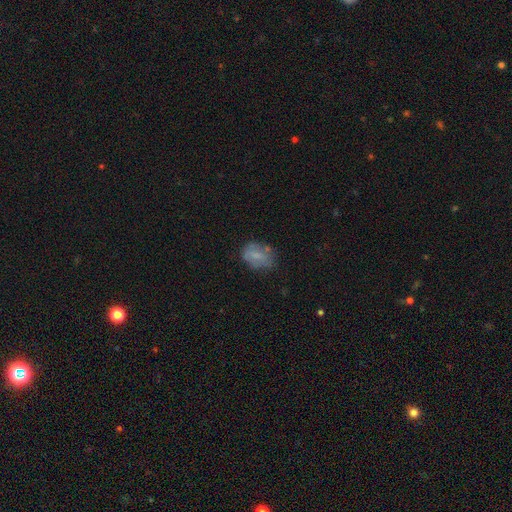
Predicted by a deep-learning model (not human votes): Smooth or featured? Predicted: smooth (p=0.66). How rounded? Predicted: in between (p=0.70). Merging? Predicted: none (p=0.57).